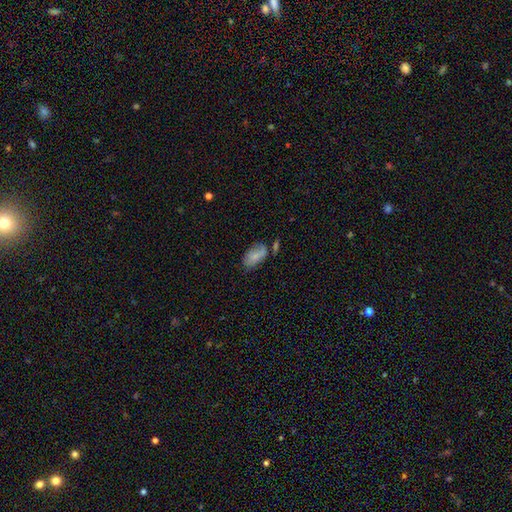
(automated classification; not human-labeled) This appears to be a smooth galaxy with no disk features (75%) that is in between round and cigar-shaped (93%). Merging: none (52%).